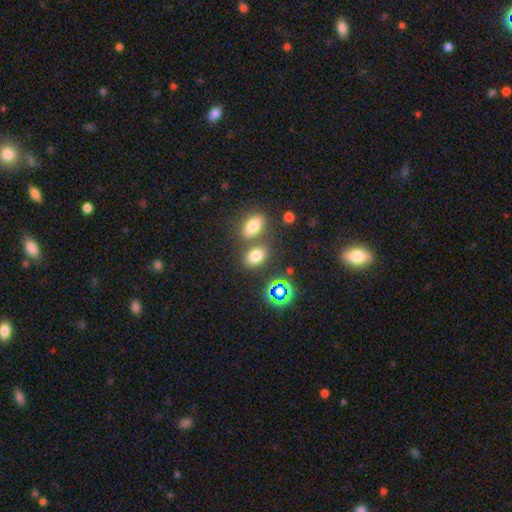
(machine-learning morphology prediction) Smooth or featured: smooth — 73% (star or artifact — 18%)
How rounded: in between — 78% (round — 20%)
Merging: none — 62% (merger — 24%)